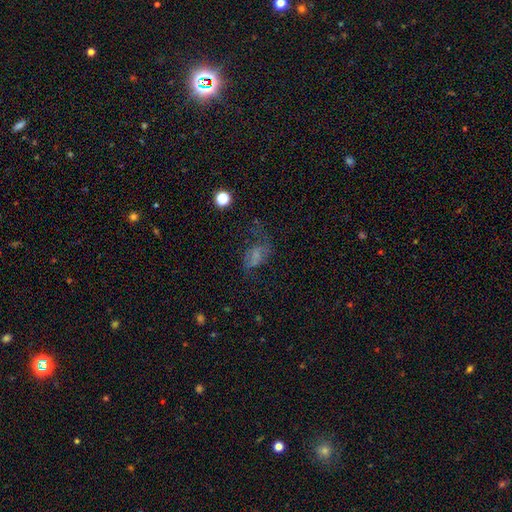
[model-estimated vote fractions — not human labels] This appears to be a smooth galaxy with no disk features (49%). Merging: major disturbance (40%).